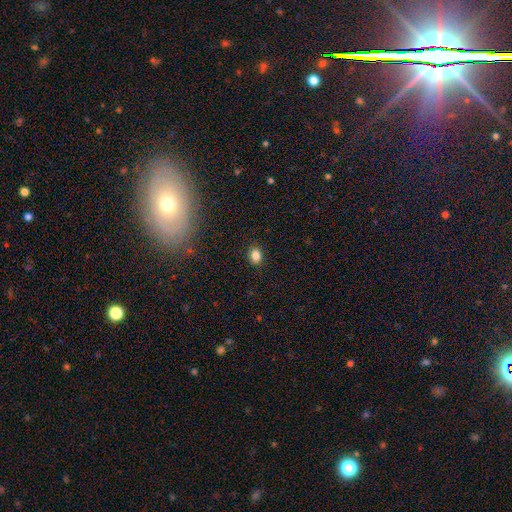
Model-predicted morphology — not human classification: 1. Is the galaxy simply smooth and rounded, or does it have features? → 84% smooth, 11% star or artifact, 5% featured or disk.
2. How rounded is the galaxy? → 53% in between, 46% round, 1% cigar-shaped.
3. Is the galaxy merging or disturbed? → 89% none, 8% minor disturbance, 2% major disturbance, 1% merger.